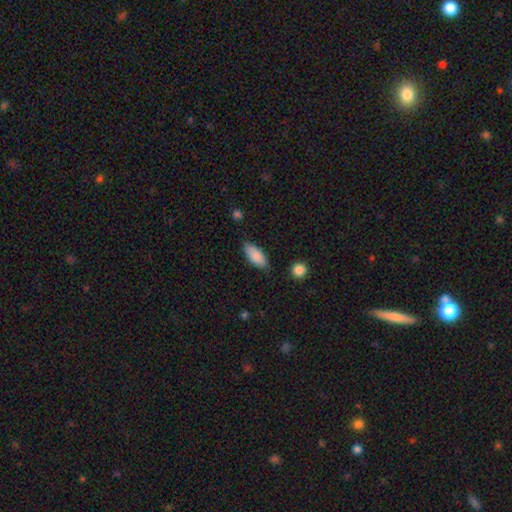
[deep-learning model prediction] This appears to be a smooth galaxy with no disk features (86%) that is in between round and cigar-shaped (82%). Merging: none (81%).